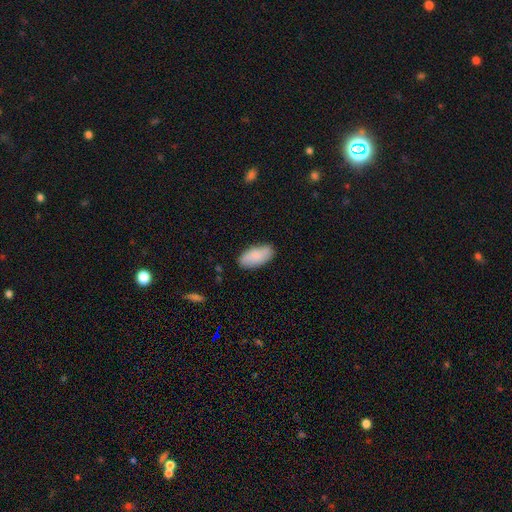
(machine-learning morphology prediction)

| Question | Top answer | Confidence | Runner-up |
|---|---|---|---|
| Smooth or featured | smooth | 83% | featured or disk (10%) |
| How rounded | in between | 91% | cigar-shaped (7%) |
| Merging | none | 82% | minor disturbance (14%) |